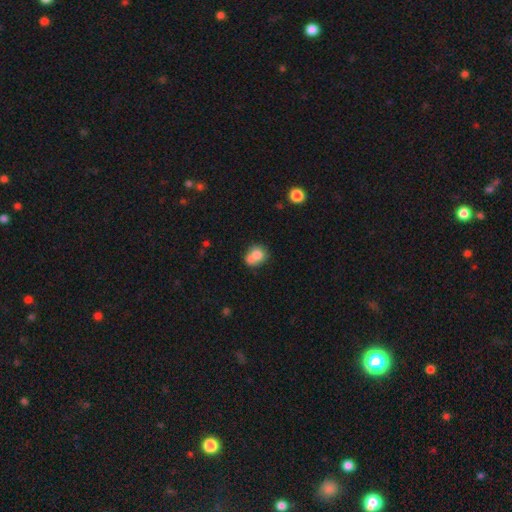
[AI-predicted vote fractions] A smooth galaxy with no disk features (74%) that is round (58%).

Vote fractions:
- Smooth or featured? smooth: 74% / featured or disk: 16% / star or artifact: 10%
- How rounded? round: 58% / in between: 41% / cigar-shaped: 1%
- Merging? merger: 52% / none: 31% / minor disturbance: 12% / major disturbance: 5%